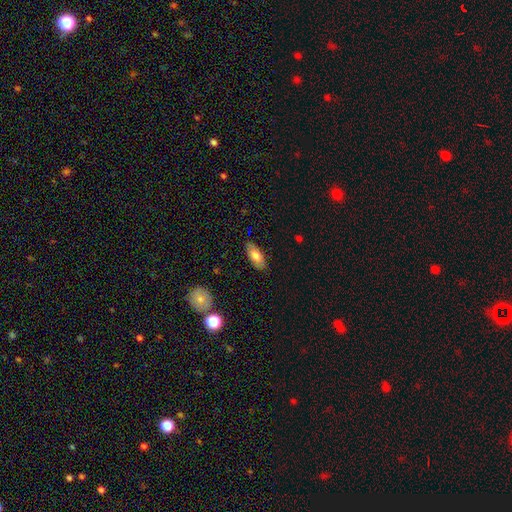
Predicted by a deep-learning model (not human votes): Smooth or featured? Predicted: smooth (p=0.73). How rounded? Predicted: in between (p=0.84). Merging? Predicted: none (p=0.84).